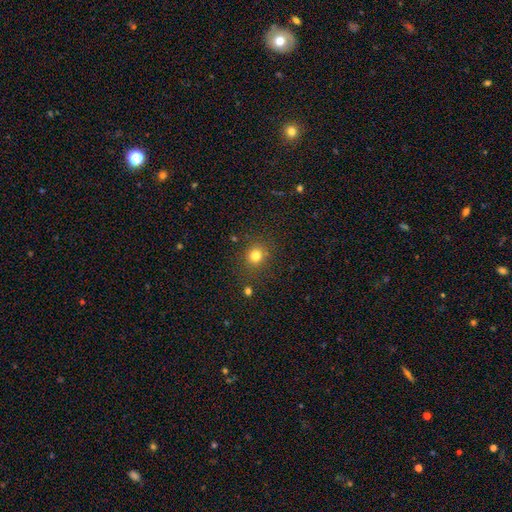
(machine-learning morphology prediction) A smooth galaxy with no disk features (79%) that is round (80%). Merging: none (82%).